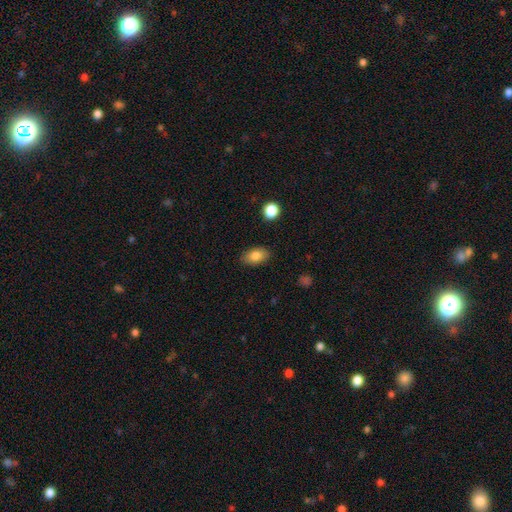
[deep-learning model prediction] Morphology: type=smooth (83%); roundness=in between (90%); merging=none (86%).